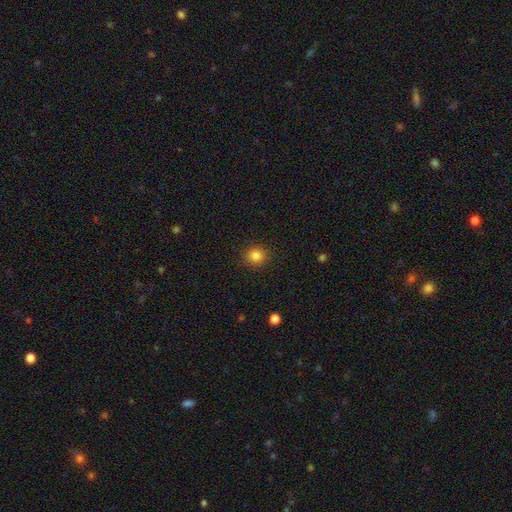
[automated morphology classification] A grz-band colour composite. It shows a smooth galaxy with no disk features (84%) that is round (89%). Merging: none (91%).